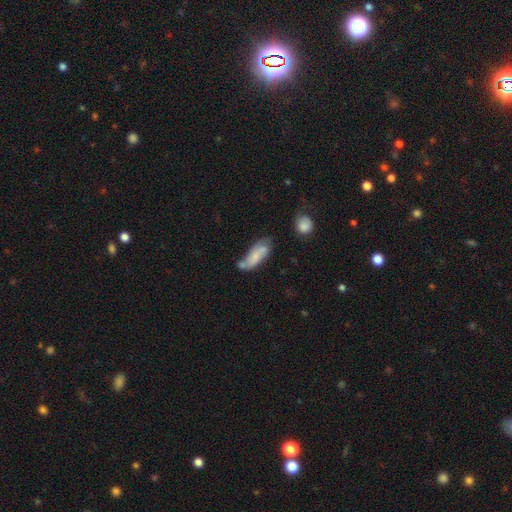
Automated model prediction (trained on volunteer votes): Smooth or featured? Predicted: smooth (p=0.60). How rounded? Predicted: in between (p=0.66). Merging? Predicted: none (p=0.45).